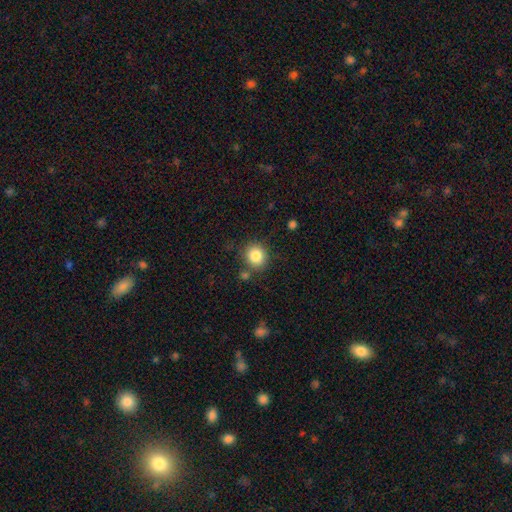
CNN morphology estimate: This is clearly a smooth galaxy (85%). How rounded: clearly round (85%). Merging: clearly none (80%).